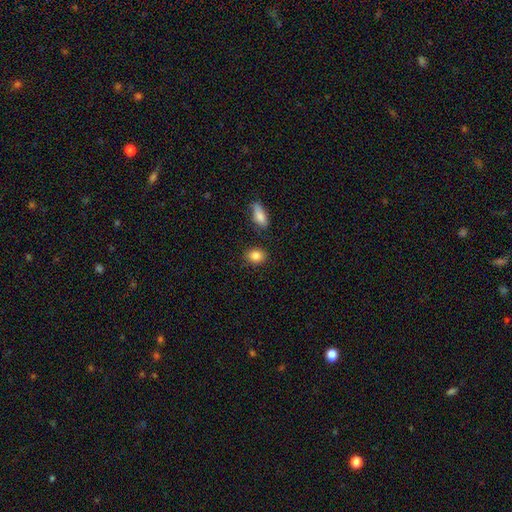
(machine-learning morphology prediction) The model was most divided on "how rounded": in between: 52%, round: 46%, cigar-shaped: 2%. More confident: smooth or featured — smooth (87%); merging — none (82%).